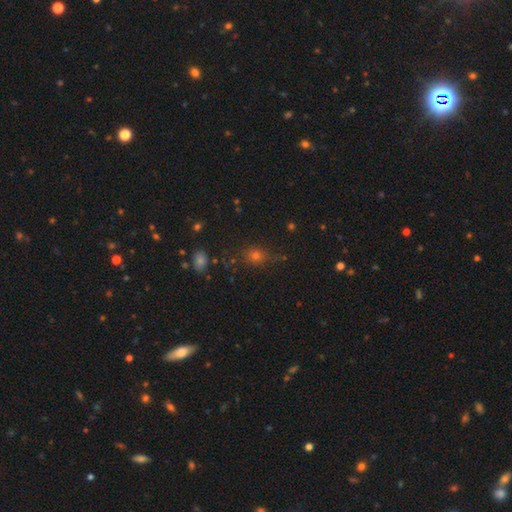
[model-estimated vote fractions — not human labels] Q: Smooth or featured?
A: smooth (57%); runner-up: star or artifact (33%)
Q: How rounded?
A: round (66%); runner-up: in between (31%)
Q: Merging?
A: none (73%); runner-up: minor disturbance (16%)